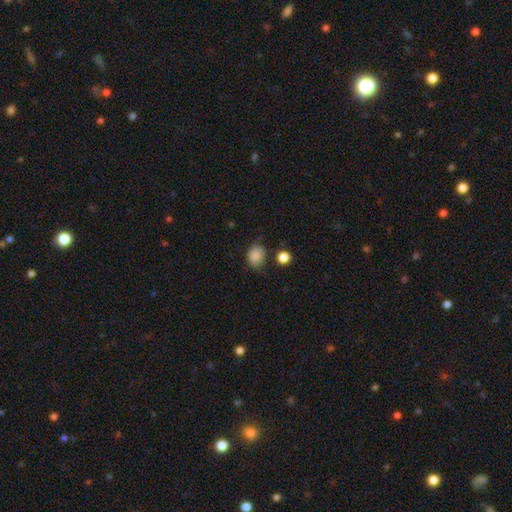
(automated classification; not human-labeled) Overall: smooth (86%). How rounded: in between (55%; round 44%). Merging: none (73%).